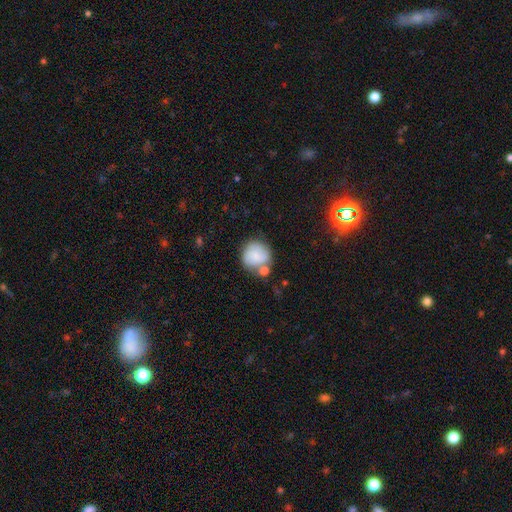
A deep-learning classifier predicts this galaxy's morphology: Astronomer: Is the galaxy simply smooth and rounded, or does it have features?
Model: smooth — 66%.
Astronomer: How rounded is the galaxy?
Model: round — 88%.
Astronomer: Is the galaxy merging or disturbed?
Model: none — 55%.